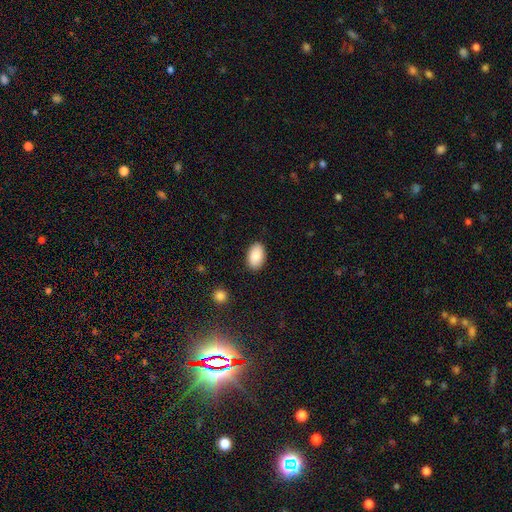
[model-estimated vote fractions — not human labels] This is clearly a smooth galaxy (88%). How rounded: clearly in between (93%). Merging: clearly none (88%).